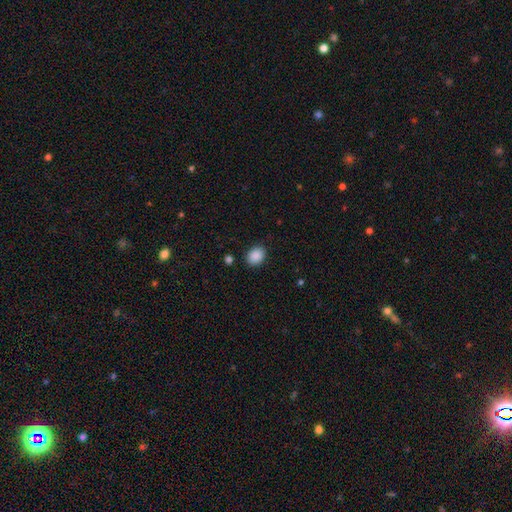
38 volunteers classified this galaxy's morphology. A smooth galaxy with no disk features (95%) that is round (58%). Merging: none (92%).